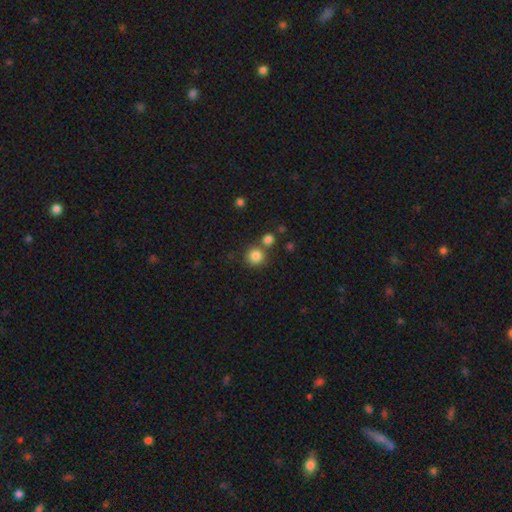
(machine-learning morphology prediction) A smooth galaxy with no disk features (84%) that is round (92%).

Vote fractions:
- Smooth or featured? smooth: 84% / star or artifact: 11% / featured or disk: 5%
- How rounded? round: 92% / in between: 7% / cigar-shaped: 1%
- Merging? none: 71% / merger: 18% / minor disturbance: 8% / major disturbance: 3%